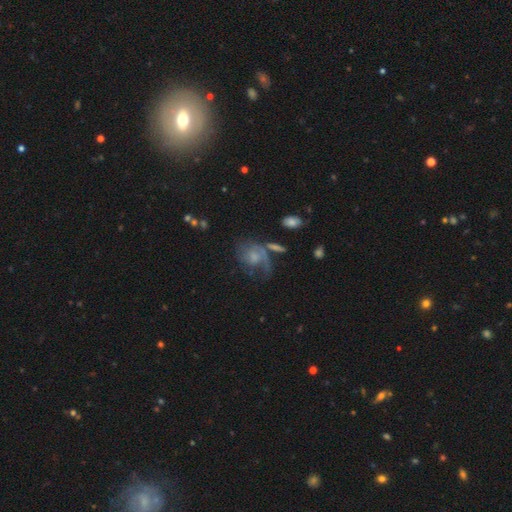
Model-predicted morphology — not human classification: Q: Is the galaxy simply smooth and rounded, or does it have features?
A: featured or disk — 63%.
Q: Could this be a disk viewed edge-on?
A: no — 97%.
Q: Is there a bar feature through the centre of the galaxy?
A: no — 71%.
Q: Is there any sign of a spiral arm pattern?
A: yes — 81%.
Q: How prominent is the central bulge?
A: moderate — 36%.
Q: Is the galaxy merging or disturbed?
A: none — 41%.